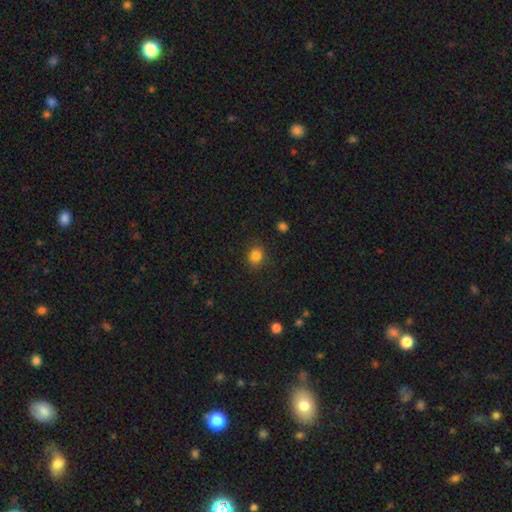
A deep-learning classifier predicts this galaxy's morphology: This is clearly a smooth galaxy (83%). How rounded: likely round (74%). Merging: clearly none (86%).